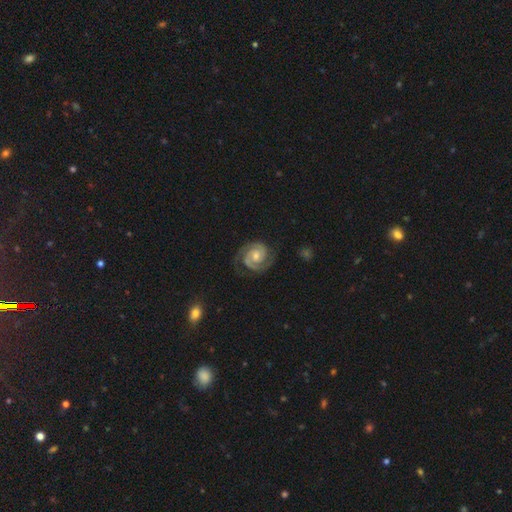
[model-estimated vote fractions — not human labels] Q: Smooth or featured?
A: featured or disk (91%); runner-up: smooth (5%)
Q: Edge-on disk?
A: no (98%); runner-up: yes (2%)
Q: Bar?
A: no (59%); runner-up: weak (33%)
Q: Spiral arms?
A: yes (98%); runner-up: no (2%)
Q: Spiral winding?
A: tight (64%); runner-up: medium (31%)
Q: Spiral arm count?
A: 2 (91%); runner-up: 3 (3%)
Q: Bulge size?
A: moderate (56%); runner-up: small (37%)
Q: Merging?
A: none (79%); runner-up: minor disturbance (15%)